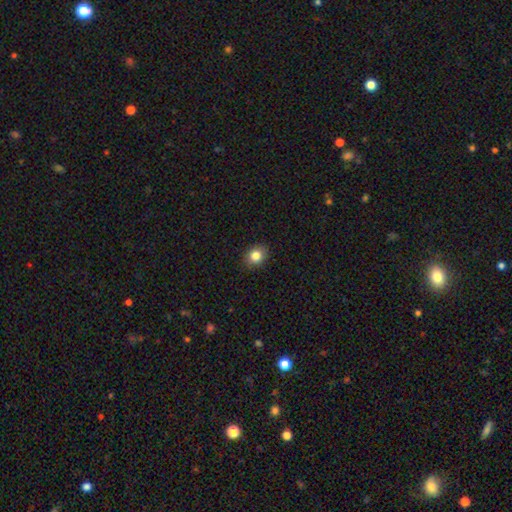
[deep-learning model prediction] This is clearly a smooth galaxy (83%). How rounded: likely round (62%). Merging: clearly none (90%).